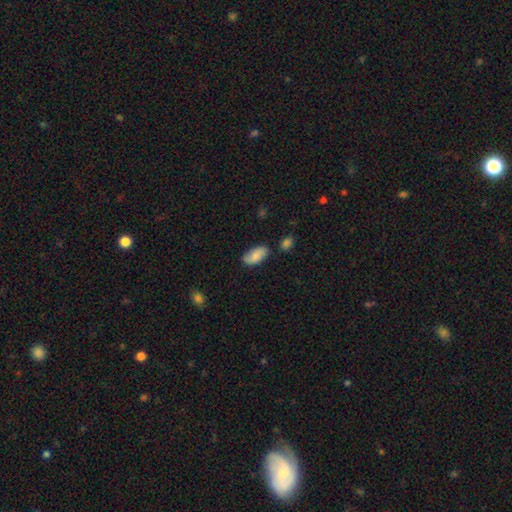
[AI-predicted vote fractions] This is likely a smooth galaxy (73%). How rounded: clearly in between (93%). Merging: likely none (68%).